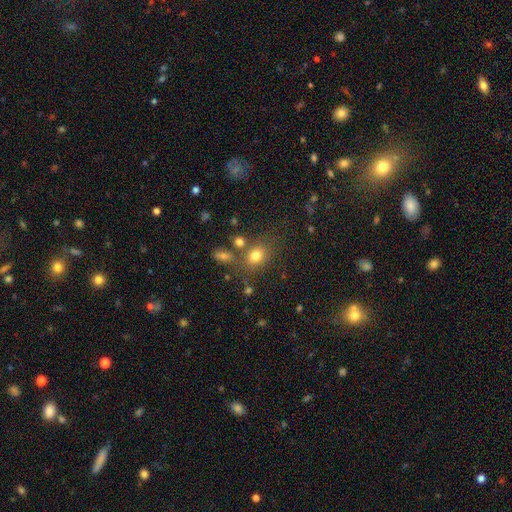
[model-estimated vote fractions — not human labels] This is likely a smooth galaxy (76%). How rounded: possibly in between (51%). Merging: likely none (68%).